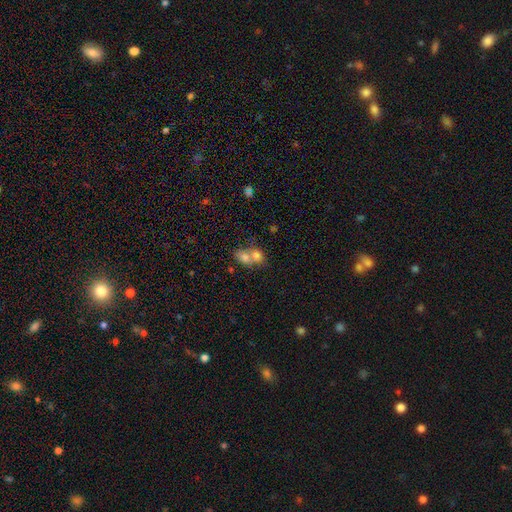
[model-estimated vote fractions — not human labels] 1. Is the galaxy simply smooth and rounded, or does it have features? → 74% smooth, 15% featured or disk, 11% star or artifact.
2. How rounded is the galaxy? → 50% round, 48% in between, 2% cigar-shaped.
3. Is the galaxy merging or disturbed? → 68% merger, 22% none, 6% minor disturbance, 3% major disturbance.